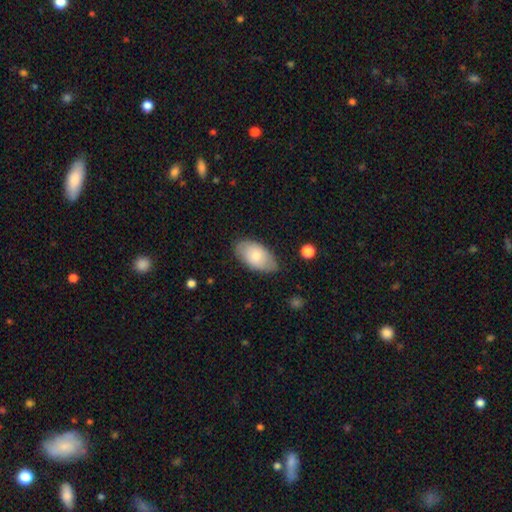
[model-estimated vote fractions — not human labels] This is likely a smooth galaxy (74%). How rounded: clearly in between (94%). Merging: likely none (73%).